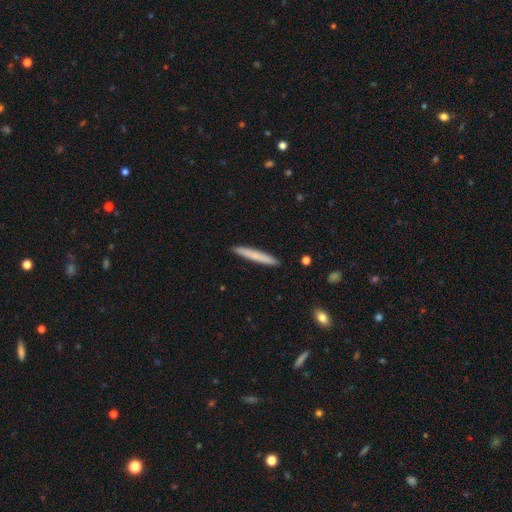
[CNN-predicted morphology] smooth_or_featured: smooth (p=0.72) [alt: featured or disk p=0.22]
how_rounded: cigar-shaped (p=0.96) [alt: in between p=0.03]
merging: none (p=0.92) [alt: minor disturbance p=0.06]